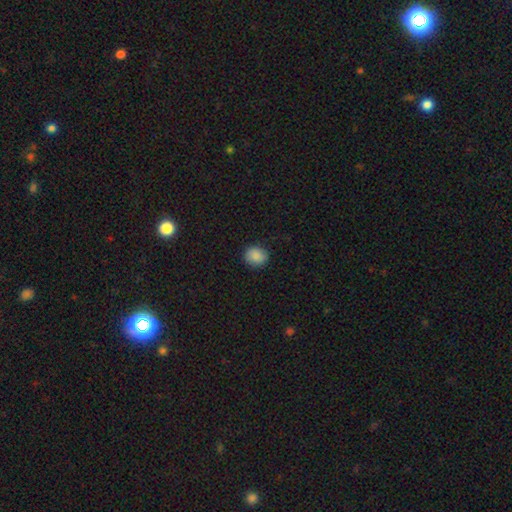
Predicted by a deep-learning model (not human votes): Morphology: type=smooth (88%); roundness=round (77%); merging=none (86%).